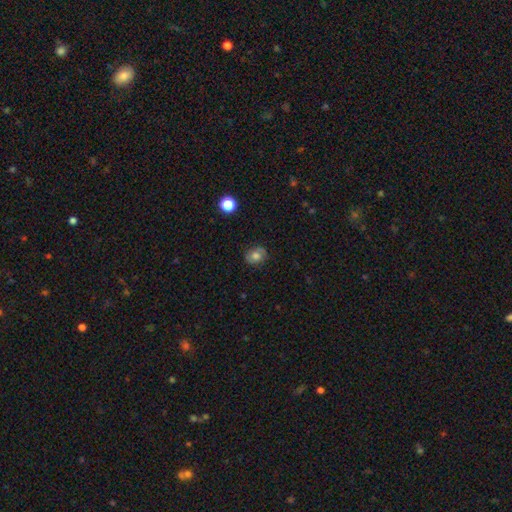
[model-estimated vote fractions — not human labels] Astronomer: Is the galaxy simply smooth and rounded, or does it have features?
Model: smooth — 70%.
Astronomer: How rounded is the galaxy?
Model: round — 56% (runner-up: in between, 43%).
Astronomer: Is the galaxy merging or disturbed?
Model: none — 80%.